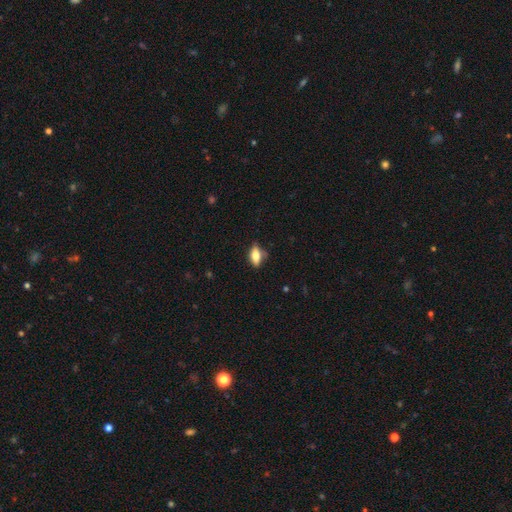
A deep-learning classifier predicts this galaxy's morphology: smooth_or_featured: smooth (p=0.71) [alt: featured or disk p=0.21]
how_rounded: in between (p=0.80) [alt: cigar-shaped p=0.15]
merging: none (p=0.69) [alt: minor disturbance p=0.22]